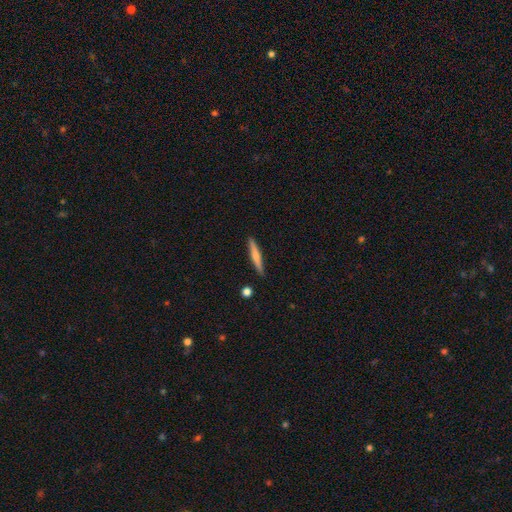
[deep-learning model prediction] Smooth or featured? Predicted: smooth (p=0.59). How rounded? Predicted: cigar-shaped (p=0.94). Merging? Predicted: none (p=0.89).